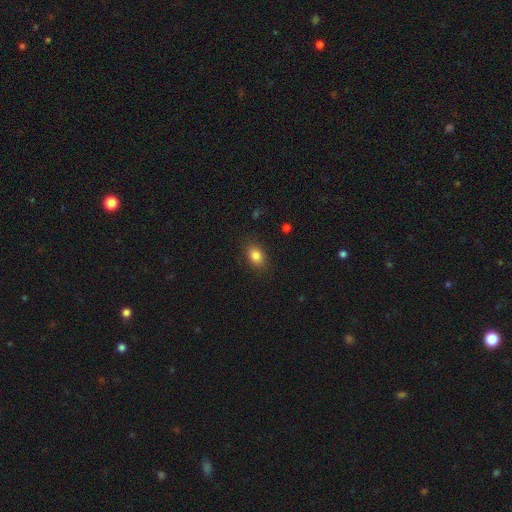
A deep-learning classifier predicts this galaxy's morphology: smooth-or-featured: smooth: 84% | star or artifact: 10% | featured or disk: 6%
  how-rounded: in between: 77% | round: 21% | cigar-shaped: 2%
  merging: none: 86% | minor disturbance: 10% | major disturbance: 3% | merger: 1%